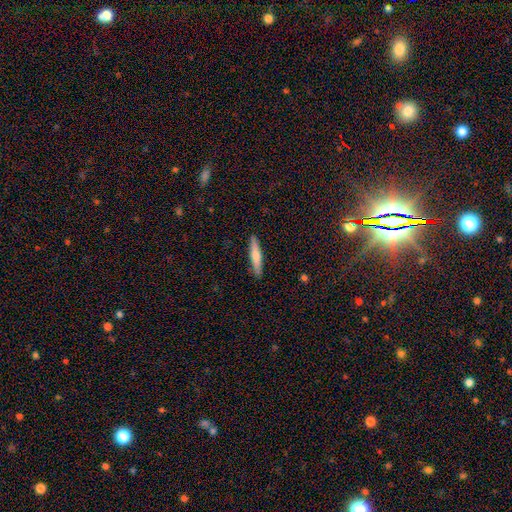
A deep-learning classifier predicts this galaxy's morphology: smooth_or_featured: smooth (p=0.59) [alt: featured or disk p=0.35]
how_rounded: cigar-shaped (p=0.90) [alt: in between p=0.09]
merging: none (p=0.91) [alt: minor disturbance p=0.07]